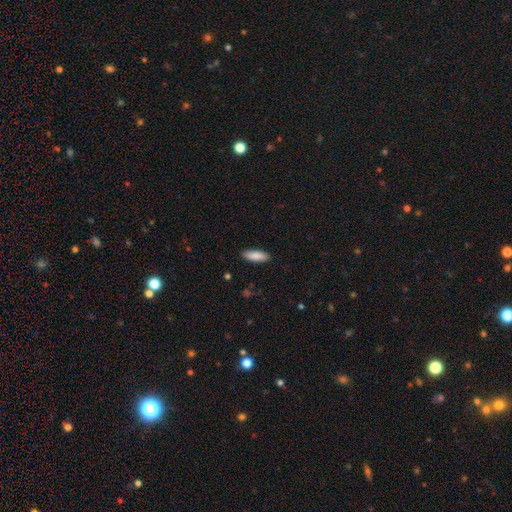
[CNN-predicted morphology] The model was most divided on "how rounded": in between: 58%, cigar-shaped: 40%, round: 2%. More confident: merging — none (89%); smooth or featured — smooth (87%).